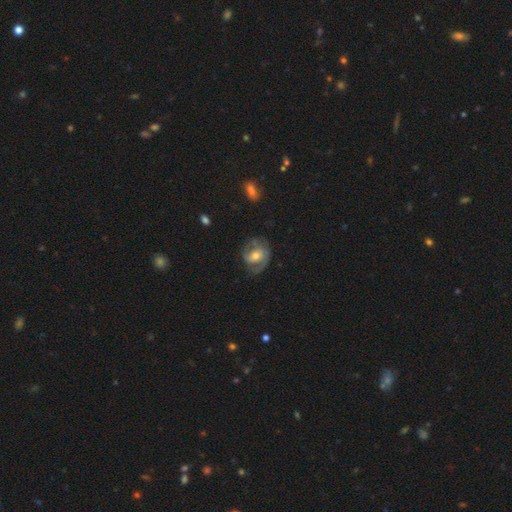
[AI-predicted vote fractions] This appears to be a featured or disk galaxy (72%) with no bar (52%), 2 (69%) medium (43%) spiral arms (84%) and a moderate central bulge (61%). Merging: none (62%).